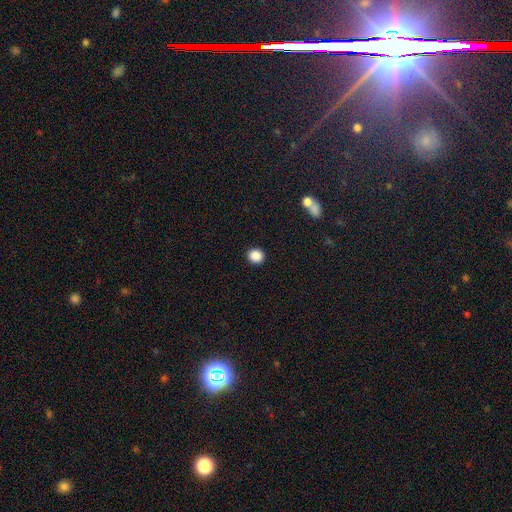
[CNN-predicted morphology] This appears to be a smooth galaxy with no disk features (88%) that is round (89%). Merging: none (92%).